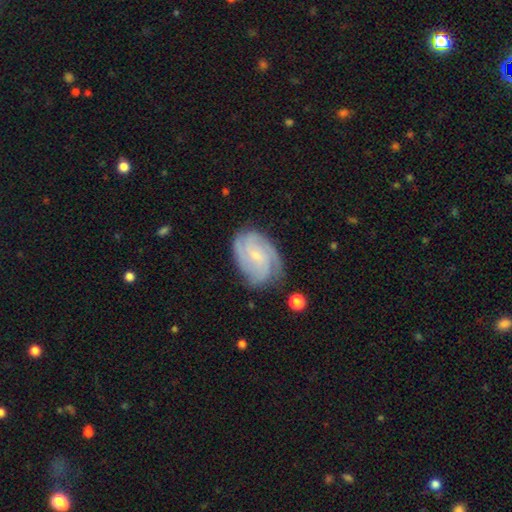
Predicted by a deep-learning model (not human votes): smooth_or_featured: featured or disk (p=0.83) [alt: smooth p=0.11]
disk_edge_on: no (p=0.97) [alt: yes p=0.03]
bar: no (p=0.53) [alt: weak p=0.40]
has_spiral_arms: yes (p=0.97) [alt: no p=0.03]
spiral_winding: tight (p=0.60) [alt: medium p=0.34]
spiral_arm_count: 3 (p=0.38) [alt: 2 p=0.19]
bulge_size: small (p=0.71) [alt: moderate p=0.22]
merging: none (p=0.74) [alt: minor disturbance p=0.19]